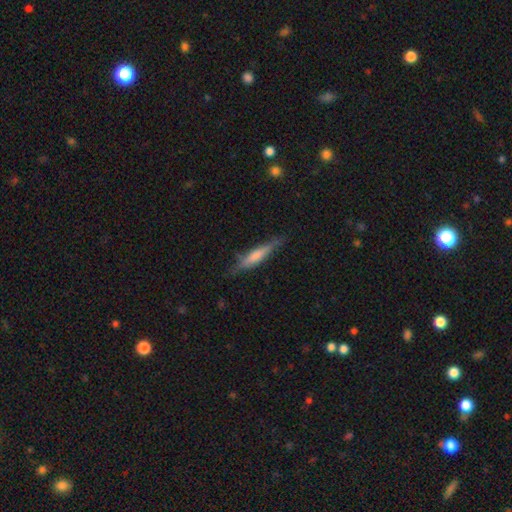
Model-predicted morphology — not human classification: This appears to be a smooth galaxy with no disk features (56%) that is cigar-shaped (86%). Merging: none (72%).